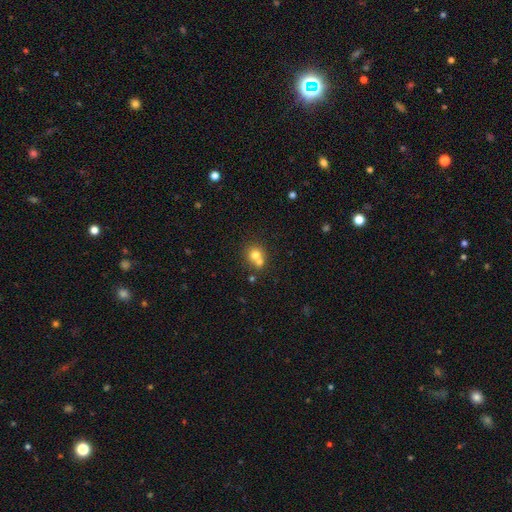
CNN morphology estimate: This is likely a smooth galaxy (72%). How rounded: clearly round (83%). Merging: possibly merger (47%).